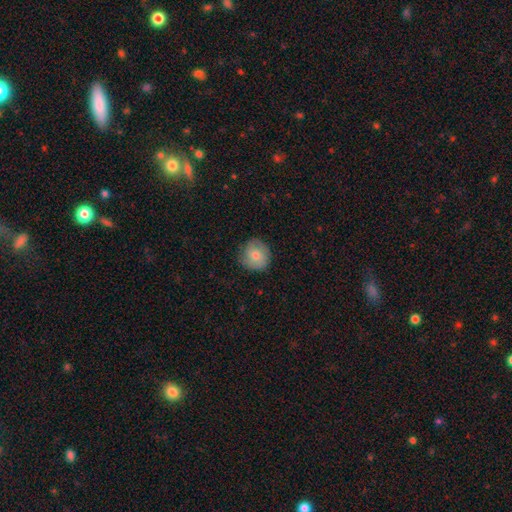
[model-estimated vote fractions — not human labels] Smooth or featured? smooth (74%)
How rounded? round (90%)
Merging? none (81%)